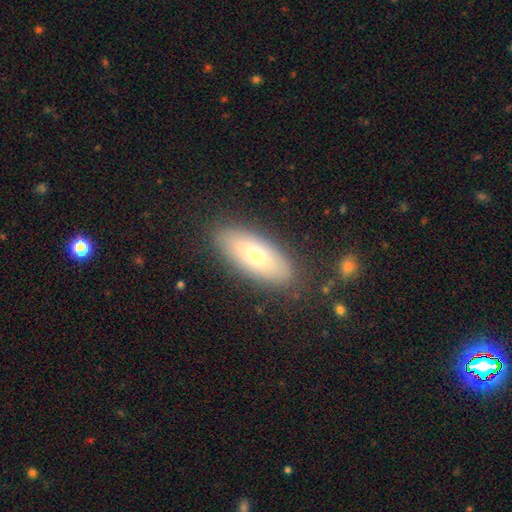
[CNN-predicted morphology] Overall: smooth (66%; featured or disk 27%). How rounded: in between (77%). Merging: none (86%).